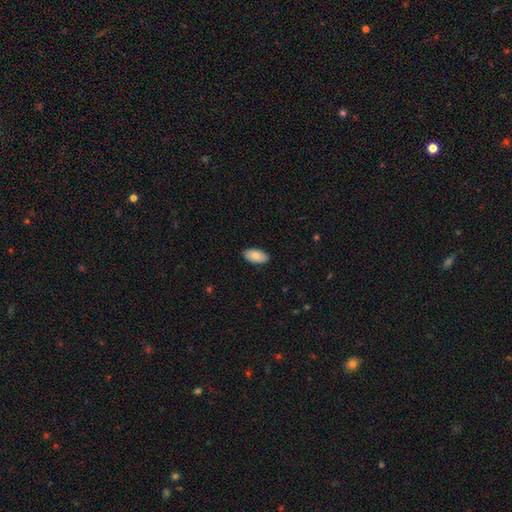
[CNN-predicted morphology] Smooth or featured?
  - smooth: 86% *
  - featured or disk: 8%
  - star or artifact: 6%
How rounded?
  - in between: 95% *
  - cigar-shaped: 3%
  - round: 2%
Merging?
  - none: 88% *
  - minor disturbance: 9%
  - major disturbance: 2%
  - merger: 1%